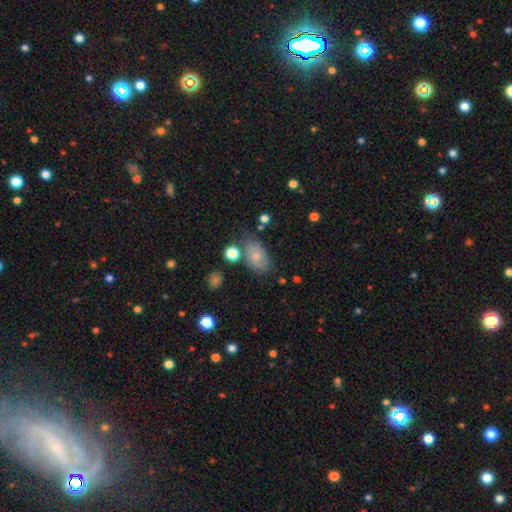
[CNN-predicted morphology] A smooth galaxy with no disk features (62%) that is in between round and cigar-shaped (87%).

Vote fractions:
- Smooth or featured? smooth: 62% / featured or disk: 28% / star or artifact: 10%
- How rounded? in between: 87% / round: 11% / cigar-shaped: 2%
- Merging? none: 61% / minor disturbance: 23% / major disturbance: 8% / merger: 8%